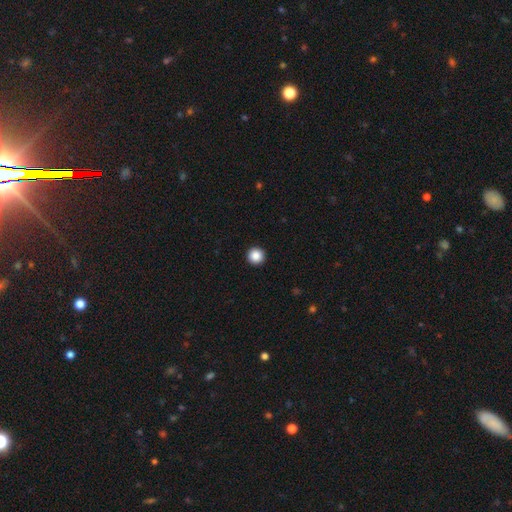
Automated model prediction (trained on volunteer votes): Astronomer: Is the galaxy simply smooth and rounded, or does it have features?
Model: smooth — 87%.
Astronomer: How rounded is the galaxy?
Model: round — 96%.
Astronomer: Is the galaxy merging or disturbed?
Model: none — 94%.